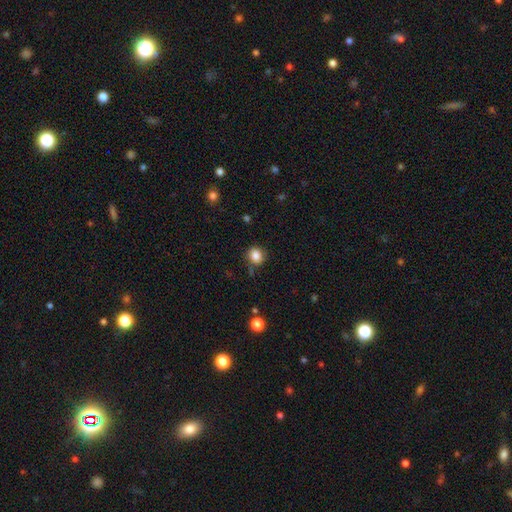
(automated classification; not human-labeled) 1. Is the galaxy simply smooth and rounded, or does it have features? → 84% smooth, 11% star or artifact, 5% featured or disk.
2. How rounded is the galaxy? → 72% round, 27% in between, 1% cigar-shaped.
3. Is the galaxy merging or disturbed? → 73% none, 19% minor disturbance, 5% major disturbance, 4% merger.